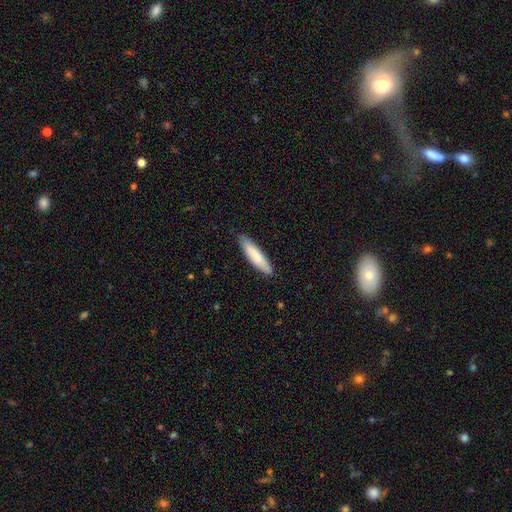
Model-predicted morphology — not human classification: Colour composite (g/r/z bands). It shows a smooth galaxy with no disk features (80%) that is cigar-shaped (81%). Merging: none (88%).